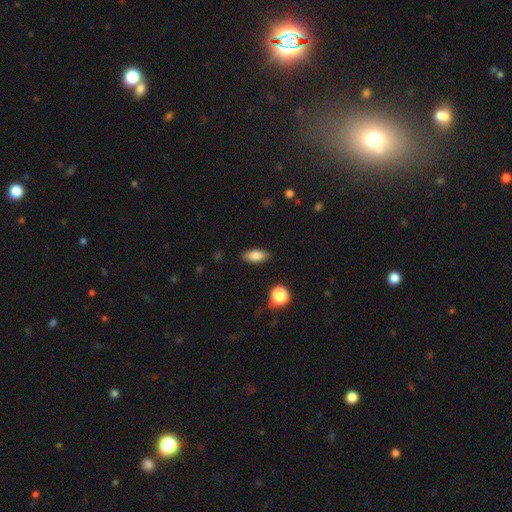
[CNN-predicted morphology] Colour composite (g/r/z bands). It shows a smooth galaxy with no disk features (81%) that is in between round and cigar-shaped (83%). Merging: none (85%).